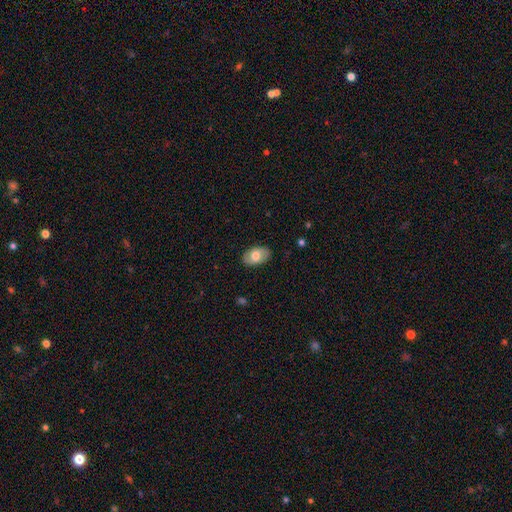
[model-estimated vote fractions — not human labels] smooth 67%, featured or disk 27%, star or artifact 6%. Down the decision tree: how rounded — in between (91%); merging — none (86%).